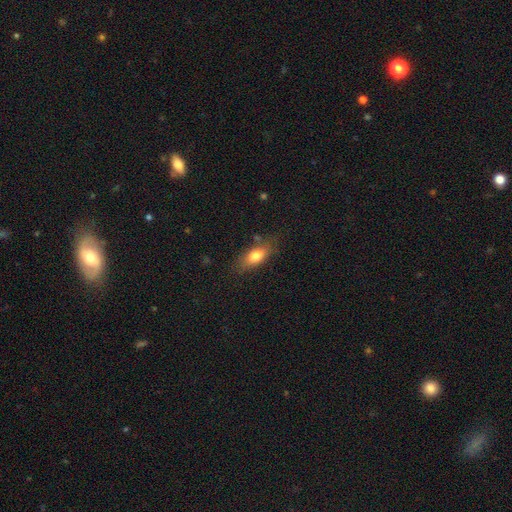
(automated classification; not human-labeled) A smooth galaxy with no disk features (76%) that is in between round and cigar-shaped (80%). Merging: none (75%).